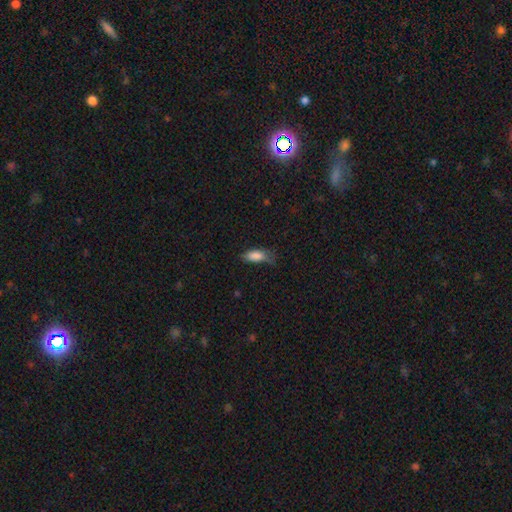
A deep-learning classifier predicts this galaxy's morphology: Smooth or featured?
  - smooth: 85% *
  - star or artifact: 8%
  - featured or disk: 7%
How rounded?
  - in between: 81% *
  - cigar-shaped: 16%
  - round: 3%
Merging?
  - none: 50% *
  - minor disturbance: 35%
  - major disturbance: 12%
  - merger: 2%